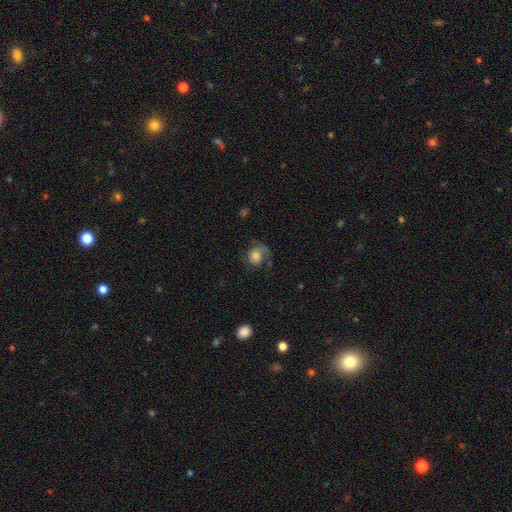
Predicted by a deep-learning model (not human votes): featured or disk 47%, smooth 43%, star or artifact 9%. Down the decision tree: merging — none (43%).